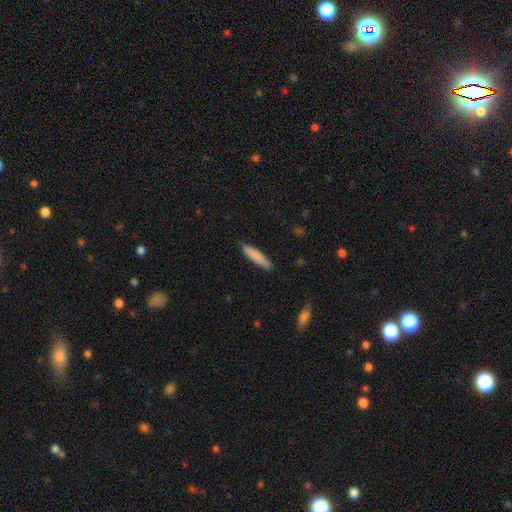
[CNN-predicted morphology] Smooth or featured?
  - smooth: 84% *
  - featured or disk: 10%
  - star or artifact: 6%
How rounded?
  - cigar-shaped: 83% *
  - in between: 15%
  - round: 1%
Merging?
  - none: 86% *
  - minor disturbance: 11%
  - major disturbance: 2%
  - merger: 1%